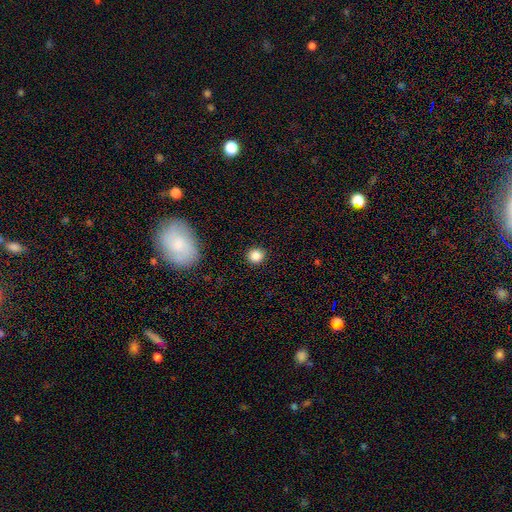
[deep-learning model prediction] Smooth or featured?
  - smooth: 86% *
  - star or artifact: 11%
  - featured or disk: 4%
How rounded?
  - round: 92% *
  - in between: 7%
  - cigar-shaped: 1%
Merging?
  - none: 92% *
  - minor disturbance: 5%
  - major disturbance: 2%
  - merger: 1%